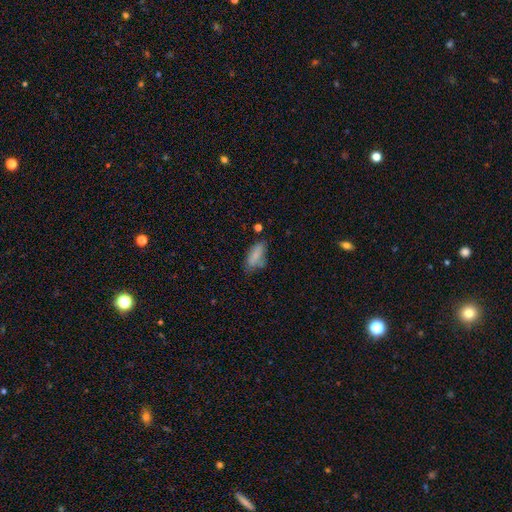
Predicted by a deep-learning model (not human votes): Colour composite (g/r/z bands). It shows a smooth galaxy with no disk features (78%) that is in between round and cigar-shaped (83%). Merging: none (51%).